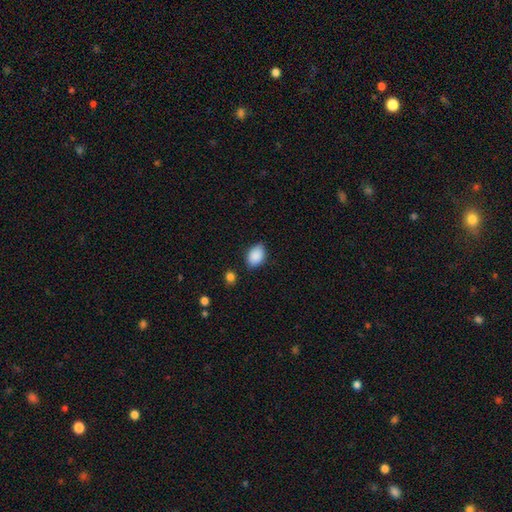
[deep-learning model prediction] A smooth galaxy with no disk features (89%) that is in between round and cigar-shaped (85%).

Vote fractions:
- Smooth or featured? smooth: 89% / star or artifact: 7% / featured or disk: 4%
- How rounded? in between: 85% / round: 13% / cigar-shaped: 1%
- Merging? none: 80% / minor disturbance: 15% / major disturbance: 3% / merger: 2%